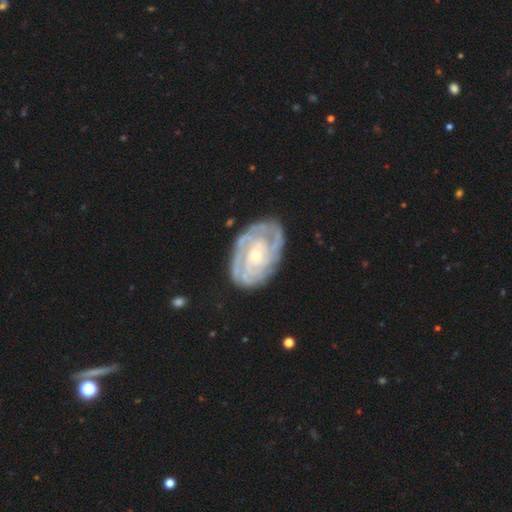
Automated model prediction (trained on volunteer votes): Morphology: type=featured or disk (87%); edge-on=no (97%); bar=no (72%); spiral arms=yes (95%); winding=tight (72%); arm count=can't tell (34%); bulge=small (66%); merging=none (76%).